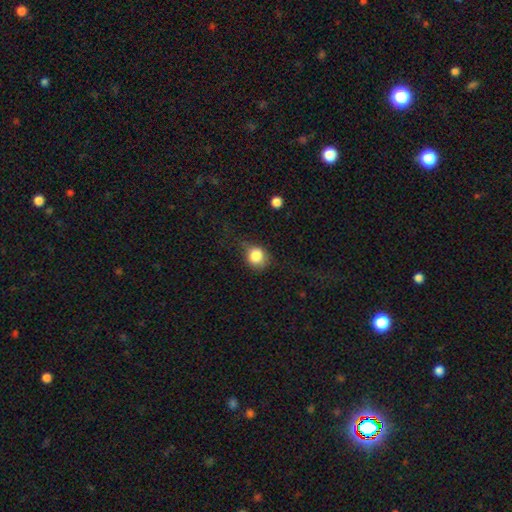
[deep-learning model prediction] smooth 83%, star or artifact 10%, featured or disk 7%. Down the decision tree: how rounded — round (77%); merging — none (54%).